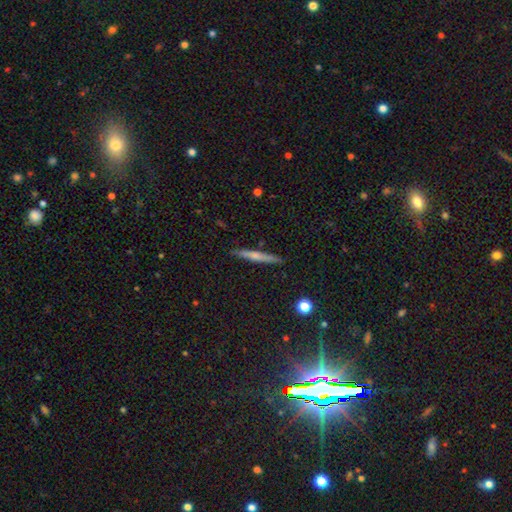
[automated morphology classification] This appears to be a smooth galaxy with no disk features (49%). Merging: none (89%).